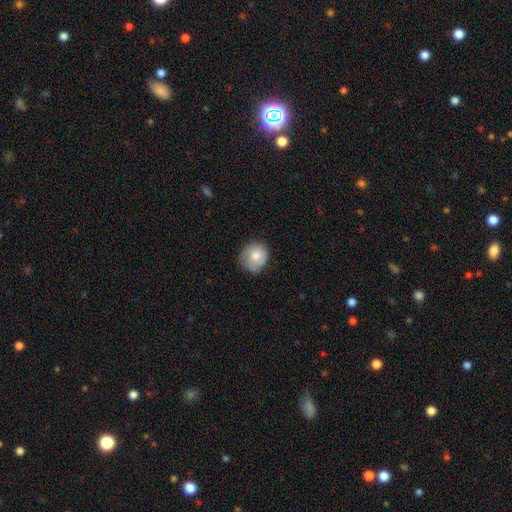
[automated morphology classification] Smooth or featured?
  - smooth: 74% *
  - featured or disk: 18%
  - star or artifact: 7%
How rounded?
  - round: 86% *
  - in between: 13%
  - cigar-shaped: 1%
Merging?
  - none: 65% *
  - minor disturbance: 28%
  - major disturbance: 6%
  - merger: 1%